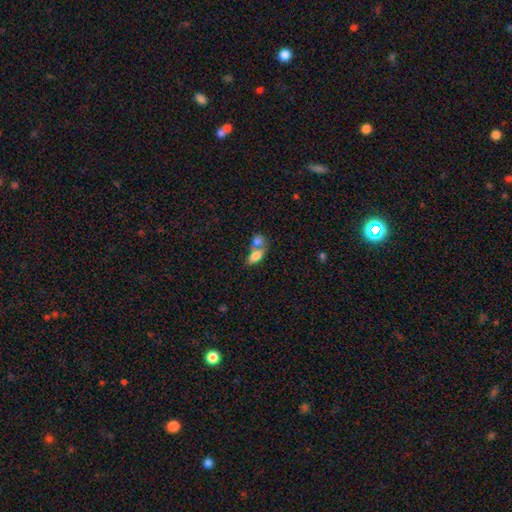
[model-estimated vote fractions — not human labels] smooth_or_featured: smooth (p=0.76) [alt: featured or disk p=0.17]
how_rounded: in between (p=0.83) [alt: cigar-shaped p=0.09]
merging: merger (p=0.61) [alt: none p=0.27]